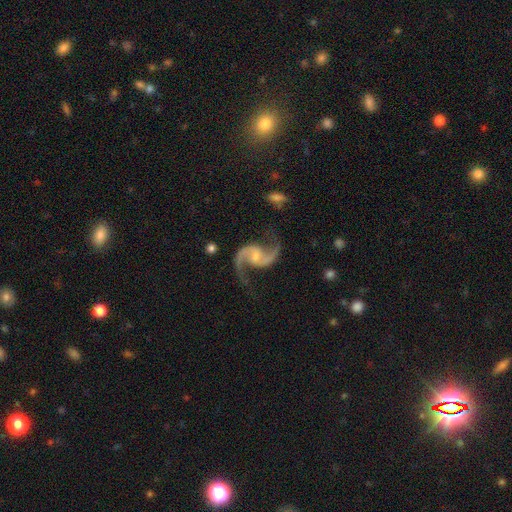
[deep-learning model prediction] This is clearly a featured or disk galaxy (93%). It is clearly not viewed edge-on (98%). Bar: possibly weak (45%). Spiral arm pattern: clearly yes (98%). Spiral arm count: clearly 2 (94%). Spiral winding: likely loose (66%). Central bulge: possibly small (54%). Merging: likely none (75%).